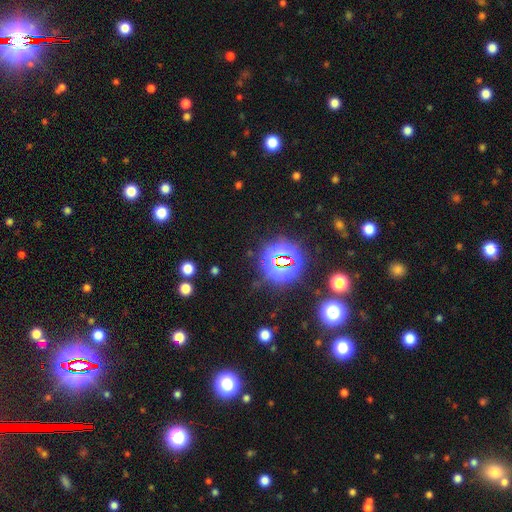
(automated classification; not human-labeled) Smooth or featured? Predicted: star or artifact (p=0.80).